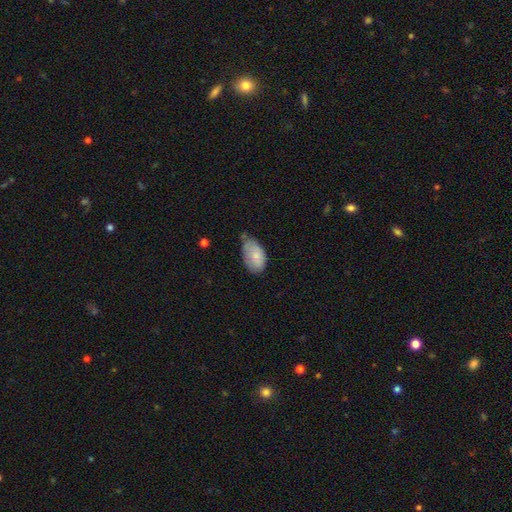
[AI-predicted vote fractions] smooth_or_featured: smooth (p=0.77) [alt: featured or disk p=0.16]
how_rounded: in between (p=0.94) [alt: round p=0.04]
merging: none (p=0.46) [alt: minor disturbance p=0.41]